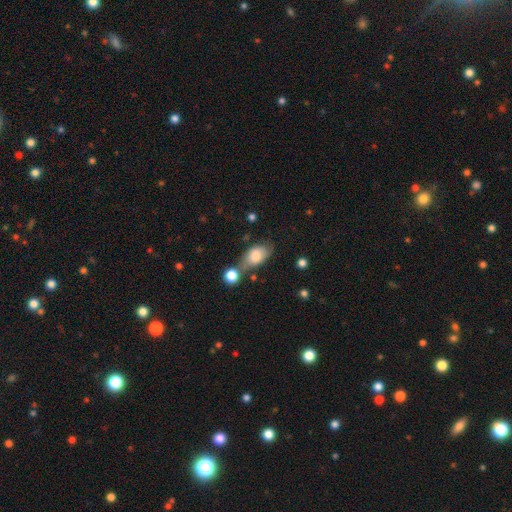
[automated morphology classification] Smooth or featured? Predicted: smooth (p=0.79). How rounded? Predicted: in between (p=0.89). Merging? Predicted: none (p=0.43).